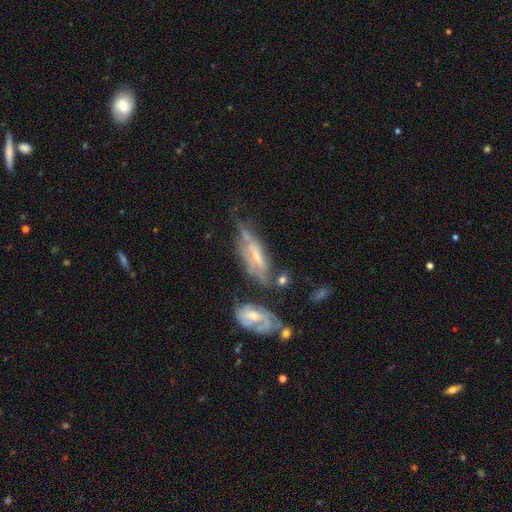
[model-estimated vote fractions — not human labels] featured or disk 68%, smooth 24%, star or artifact 9%. Down the decision tree: edge-on disk — no (54%); merging — none (35%).